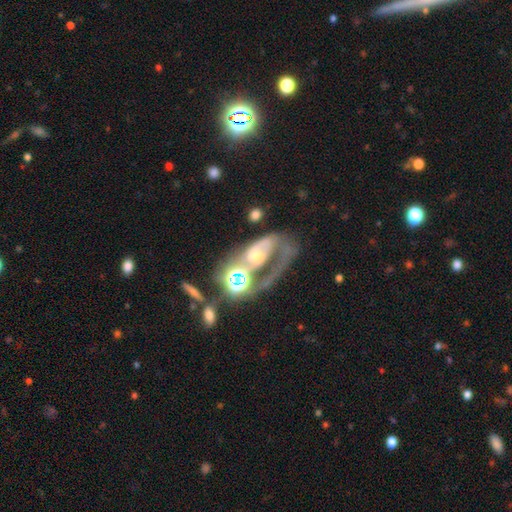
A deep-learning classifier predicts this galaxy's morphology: Q: Smooth or featured?
A: featured or disk (68%); runner-up: smooth (17%)
Q: Edge-on disk?
A: no (95%); runner-up: yes (5%)
Q: Bar?
A: no (65%); runner-up: weak (24%)
Q: Spiral arms?
A: yes (71%); runner-up: no (29%)
Q: Bulge size?
A: moderate (49%); runner-up: small (31%)
Q: Merging?
A: major disturbance (44%); runner-up: merger (26%)